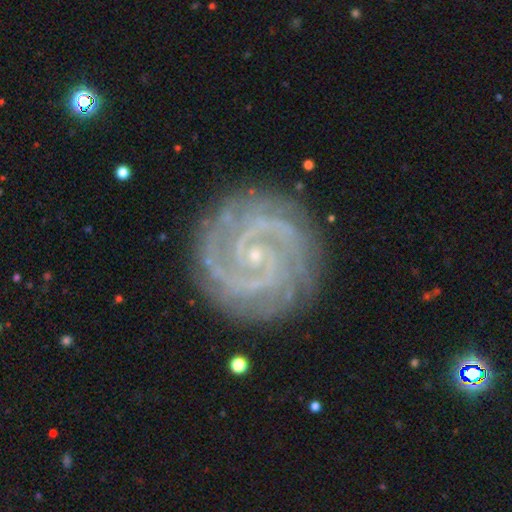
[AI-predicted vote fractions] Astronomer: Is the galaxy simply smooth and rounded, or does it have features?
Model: featured or disk — 91%.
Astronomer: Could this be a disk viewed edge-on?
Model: no — 98%.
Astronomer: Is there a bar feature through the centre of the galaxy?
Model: no — 58%.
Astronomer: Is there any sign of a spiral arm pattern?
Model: yes — 99%.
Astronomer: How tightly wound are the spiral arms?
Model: tight — 71%.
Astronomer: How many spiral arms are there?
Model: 2 — 63%.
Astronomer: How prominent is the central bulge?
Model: small — 88%.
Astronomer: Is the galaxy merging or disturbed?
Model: none — 84%.